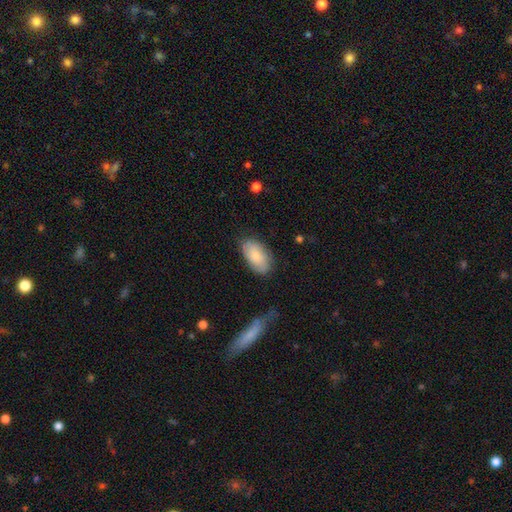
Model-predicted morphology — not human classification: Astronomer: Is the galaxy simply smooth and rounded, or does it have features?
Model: smooth — 79%.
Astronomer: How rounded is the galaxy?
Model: in between — 94%.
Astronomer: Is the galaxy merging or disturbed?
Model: none — 74%.